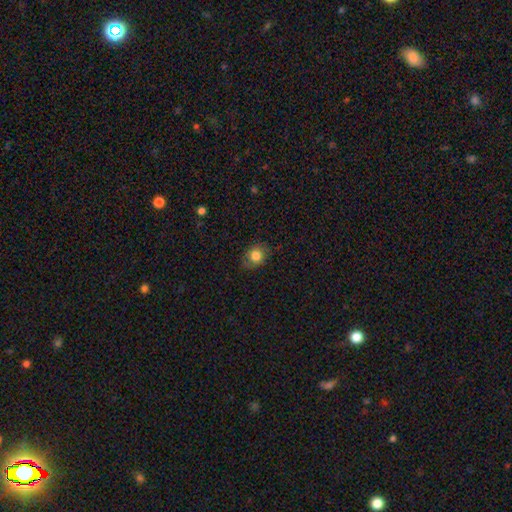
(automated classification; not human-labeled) Q: Smooth or featured?
A: smooth (80%); runner-up: featured or disk (10%)
Q: How rounded?
A: round (52%); runner-up: in between (47%)
Q: Merging?
A: none (79%); runner-up: minor disturbance (16%)